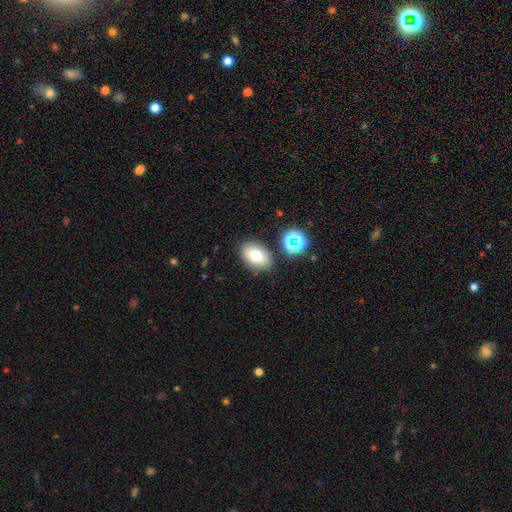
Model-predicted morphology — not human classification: smooth_or_featured: smooth (p=0.73) [alt: featured or disk p=0.15]
how_rounded: in between (p=0.83) [alt: round p=0.15]
merging: none (p=0.82) [alt: minor disturbance p=0.11]